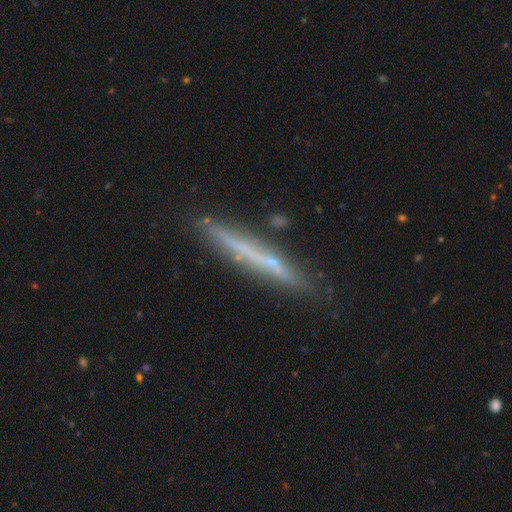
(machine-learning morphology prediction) Smooth or featured?
  - featured or disk: 59% *
  - smooth: 33%
  - star or artifact: 8%
Edge-on disk?
  - yes: 94% *
  - no: 6%
Edge-on bulge?
  - none: 84% *
  - rounded: 12%
  - boxy: 4%
Merging?
  - none: 81% *
  - minor disturbance: 13%
  - merger: 3%
  - major disturbance: 3%